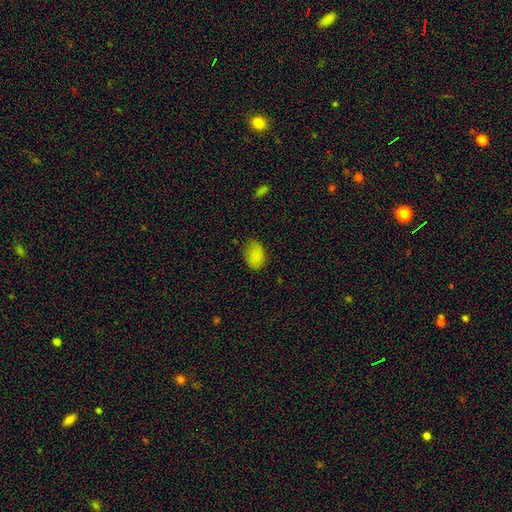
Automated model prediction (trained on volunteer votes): smooth 85%, star or artifact 10%, featured or disk 5%. Down the decision tree: how rounded — in between (86%); merging — none (71%).